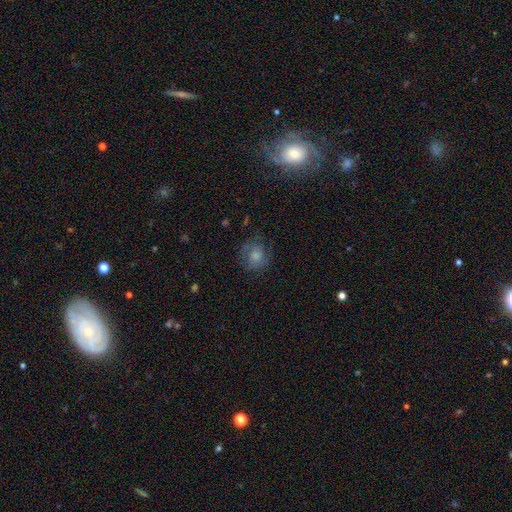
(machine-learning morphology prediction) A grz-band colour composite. It shows a smooth galaxy with no disk features (61%) that is round (83%). Merging: none (70%).